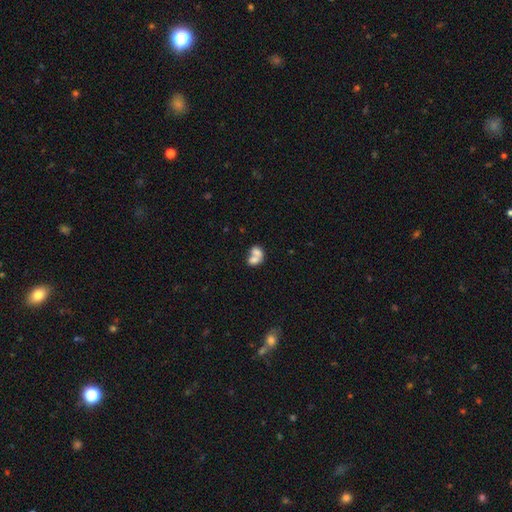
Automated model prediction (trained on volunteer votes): This is likely a smooth galaxy (68%). How rounded: likely in between (68%). Merging: likely merger (74%).